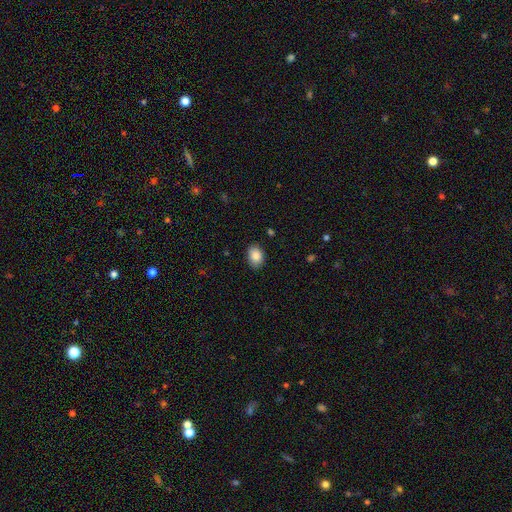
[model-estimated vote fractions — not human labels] Smooth or featured? Predicted: smooth (p=0.87). How rounded? Predicted: in between (p=0.73). Merging? Predicted: none (p=0.87).